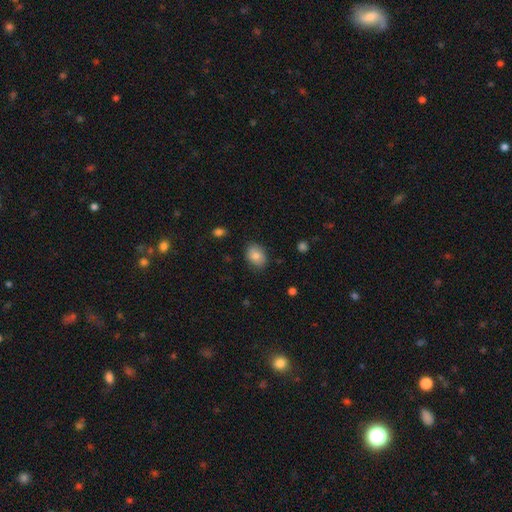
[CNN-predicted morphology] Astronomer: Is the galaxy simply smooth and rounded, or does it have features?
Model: smooth — 82%.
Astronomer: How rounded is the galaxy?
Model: in between — 72%.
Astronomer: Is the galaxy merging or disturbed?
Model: none — 83%.